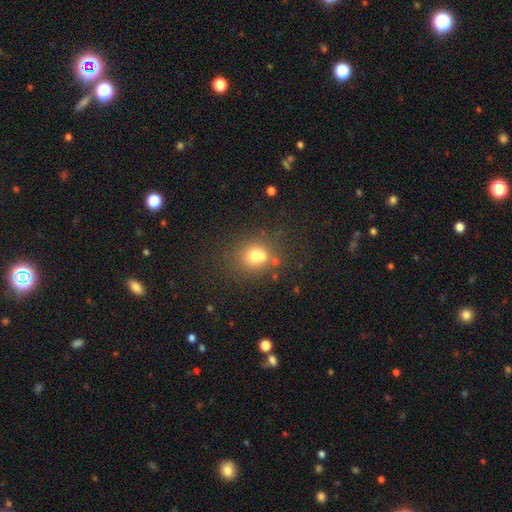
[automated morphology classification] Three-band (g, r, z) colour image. It shows a smooth galaxy with no disk features (67%) that is round (71%). Merging: none (46%).